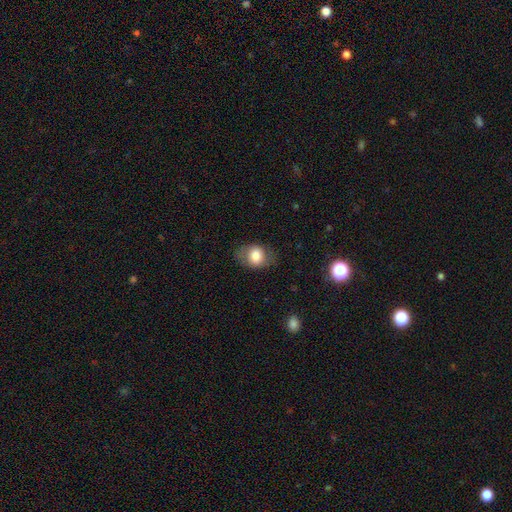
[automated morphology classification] Smooth or featured?
  - smooth: 75% *
  - featured or disk: 17%
  - star or artifact: 8%
How rounded?
  - in between: 61% *
  - round: 37%
  - cigar-shaped: 1%
Merging?
  - none: 73% *
  - minor disturbance: 18%
  - major disturbance: 8%
  - merger: 1%